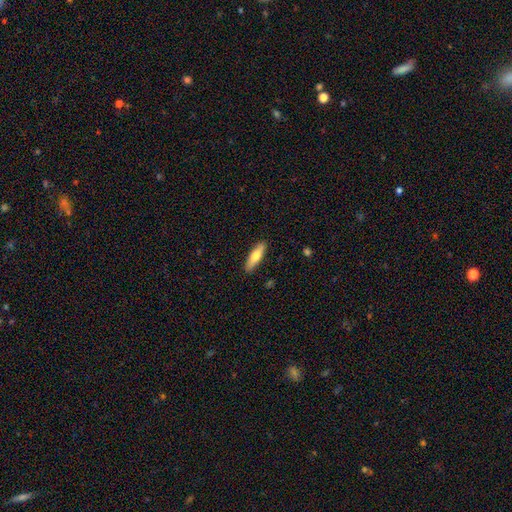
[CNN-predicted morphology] smooth_or_featured: smooth (p=0.71) [alt: featured or disk p=0.23]
how_rounded: cigar-shaped (p=0.59) [alt: in between p=0.39]
merging: none (p=0.89) [alt: minor disturbance p=0.08]